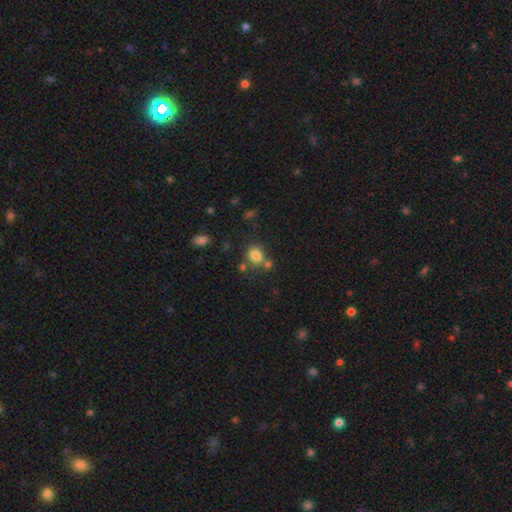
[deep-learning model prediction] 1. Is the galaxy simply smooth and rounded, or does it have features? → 80% smooth, 12% star or artifact, 8% featured or disk.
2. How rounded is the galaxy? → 58% in between, 40% round, 1% cigar-shaped.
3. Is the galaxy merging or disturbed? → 61% none, 19% merger, 14% minor disturbance, 5% major disturbance.